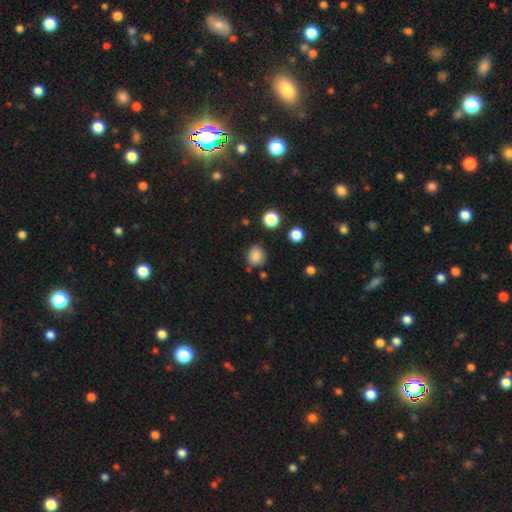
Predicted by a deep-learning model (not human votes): Smooth or featured? smooth (84%)
How rounded? round (73%)
Merging? none (78%)